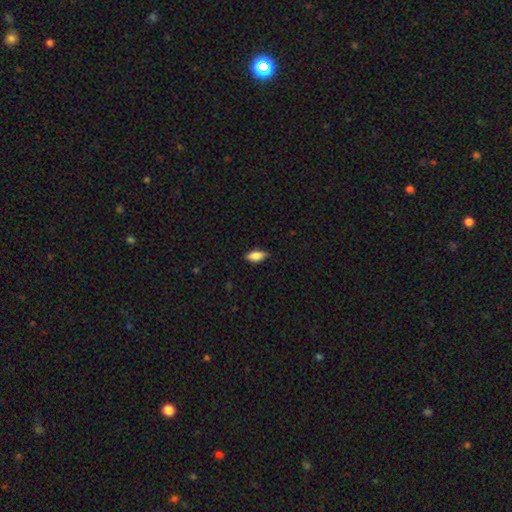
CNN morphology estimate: Smooth or featured?
  - smooth: 82% *
  - featured or disk: 11%
  - star or artifact: 7%
How rounded?
  - in between: 82% *
  - cigar-shaped: 15%
  - round: 3%
Merging?
  - none: 83% *
  - minor disturbance: 14%
  - major disturbance: 2%
  - merger: 1%